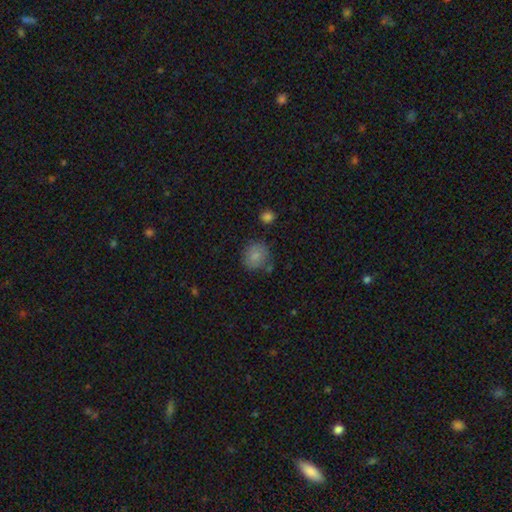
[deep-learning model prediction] Smooth or featured?
  - smooth: 83% *
  - star or artifact: 9%
  - featured or disk: 8%
How rounded?
  - round: 82% *
  - in between: 17%
  - cigar-shaped: 1%
Merging?
  - none: 72% *
  - minor disturbance: 17%
  - merger: 6%
  - major disturbance: 5%